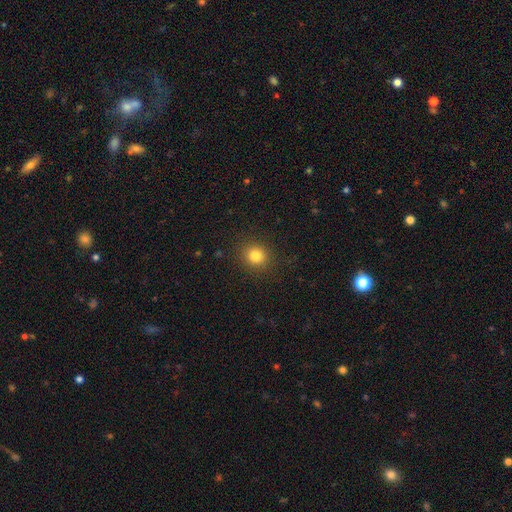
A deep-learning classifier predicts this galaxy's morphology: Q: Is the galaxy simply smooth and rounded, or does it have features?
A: smooth — 81%.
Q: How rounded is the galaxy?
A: round — 84%.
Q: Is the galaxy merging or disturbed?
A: none — 90%.